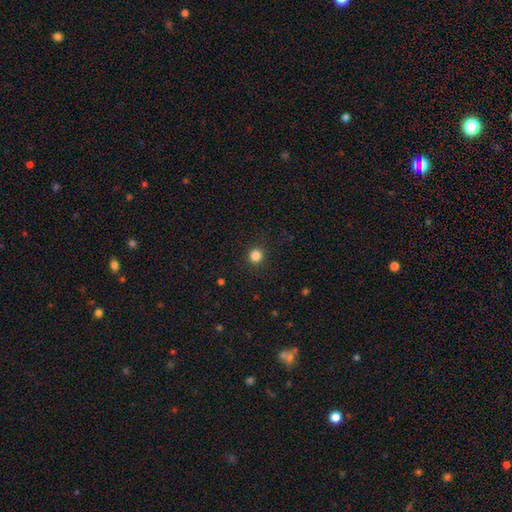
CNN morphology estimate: Smooth or featured?
  - smooth: 85% *
  - star or artifact: 12%
  - featured or disk: 3%
How rounded?
  - round: 94% *
  - in between: 5%
  - cigar-shaped: 1%
Merging?
  - none: 91% *
  - minor disturbance: 5%
  - major disturbance: 2%
  - merger: 1%